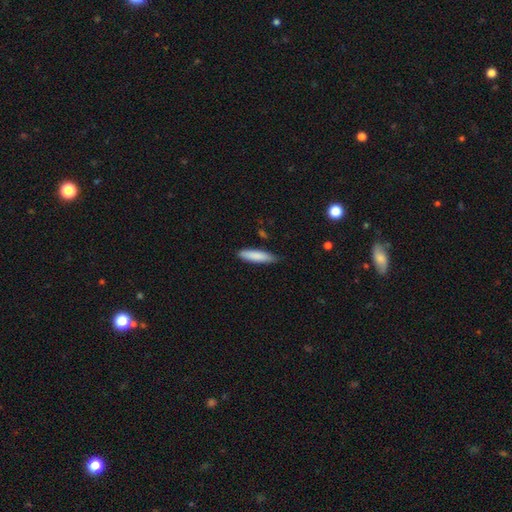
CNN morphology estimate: This appears to be a smooth galaxy with no disk features (85%) that is cigar-shaped (73%). Merging: none (77%).